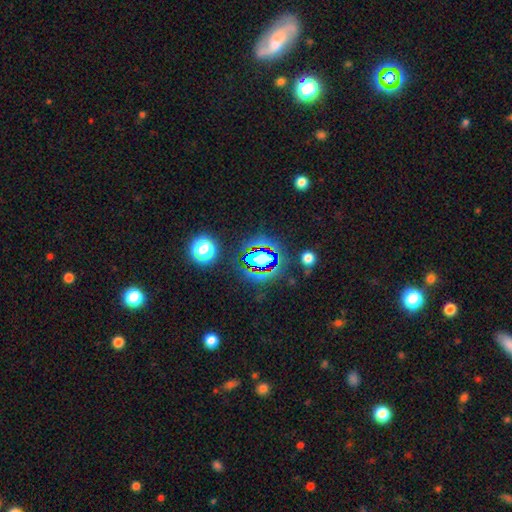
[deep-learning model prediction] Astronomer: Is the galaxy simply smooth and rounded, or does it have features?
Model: star or artifact — 78%.